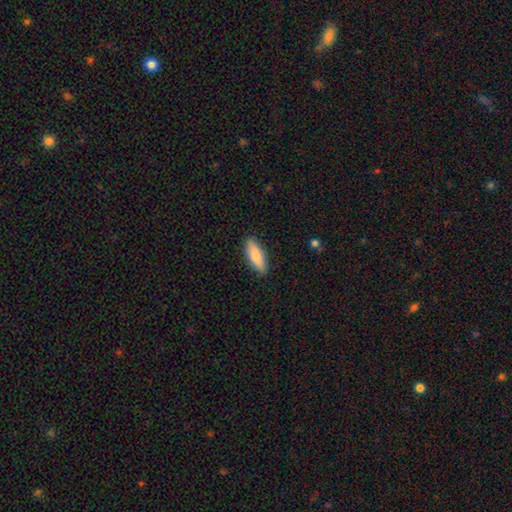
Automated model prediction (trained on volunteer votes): This appears to be a smooth galaxy with no disk features (85%) that is in between round and cigar-shaped (63%). Merging: none (88%).